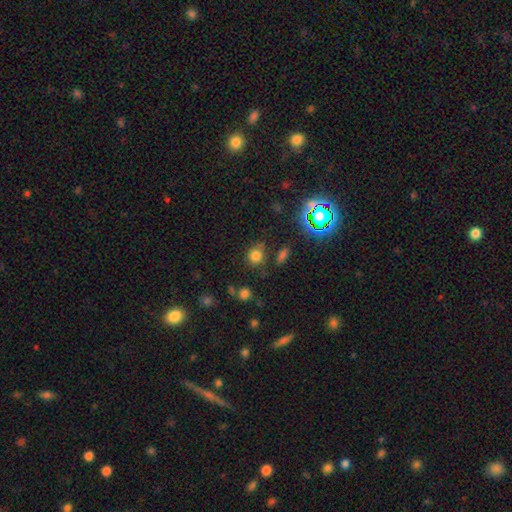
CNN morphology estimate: smooth-or-featured: smooth: 73% | star or artifact: 21% | featured or disk: 6%
  how-rounded: round: 81% | in between: 17% | cigar-shaped: 1%
  merging: none: 72% | minor disturbance: 15% | merger: 7% | major disturbance: 6%